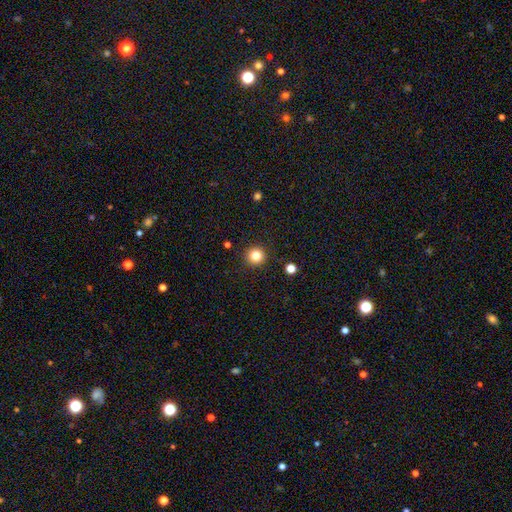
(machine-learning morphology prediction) Smooth or featured: smooth — 84% (star or artifact — 12%)
How rounded: round — 95% (in between — 4%)
Merging: none — 91% (minor disturbance — 5%)